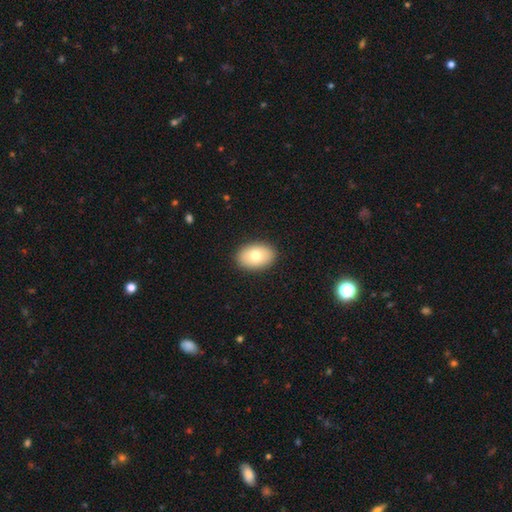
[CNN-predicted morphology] smooth-or-featured: smooth: 74% | featured or disk: 19% | star or artifact: 7%
  how-rounded: in between: 86% | round: 13% | cigar-shaped: 1%
  merging: none: 90% | minor disturbance: 7% | major disturbance: 2% | merger: 1%